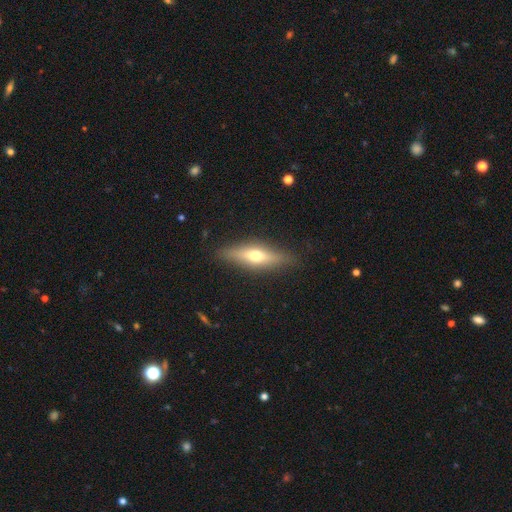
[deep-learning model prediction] This is possibly a featured or disk galaxy (48%). Merging: clearly none (86%).